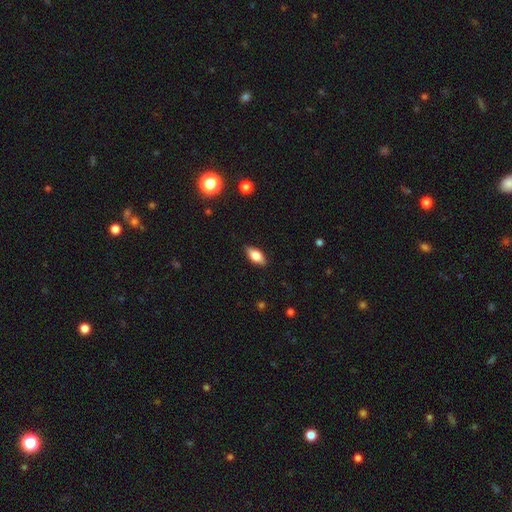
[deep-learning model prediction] smooth_or_featured: smooth (p=0.74) [alt: featured or disk p=0.18]
how_rounded: in between (p=0.86) [alt: cigar-shaped p=0.11]
merging: none (p=0.87) [alt: minor disturbance p=0.10]